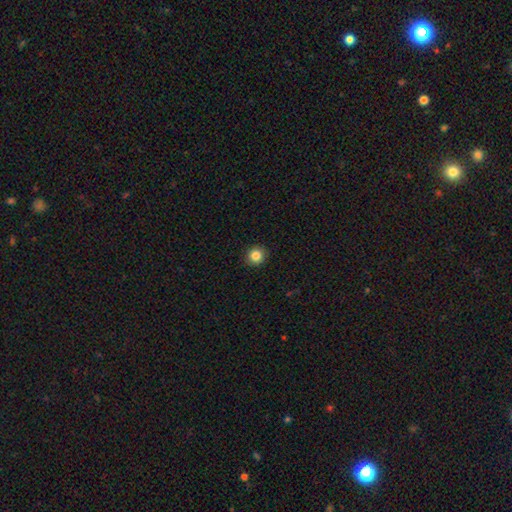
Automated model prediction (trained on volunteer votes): This appears to be a smooth galaxy with no disk features (85%) that is round (93%). Merging: none (93%).